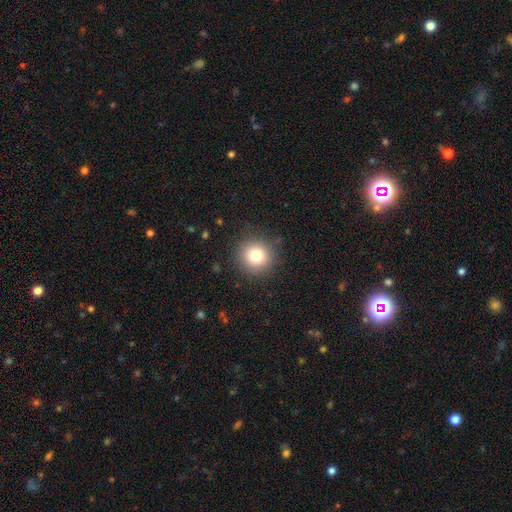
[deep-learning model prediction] smooth-or-featured: smooth: 79% | star or artifact: 12% | featured or disk: 9%
  how-rounded: round: 94% | in between: 5% | cigar-shaped: 1%
  merging: none: 89% | minor disturbance: 7% | major disturbance: 3% | merger: 1%